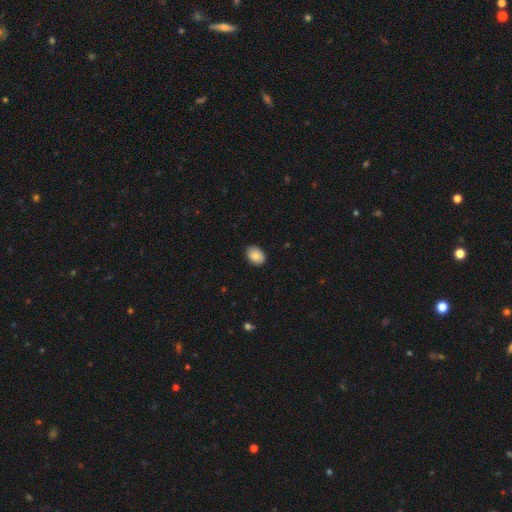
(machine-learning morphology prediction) Overall: smooth (87%). How rounded: in between (79%). Merging: none (87%).